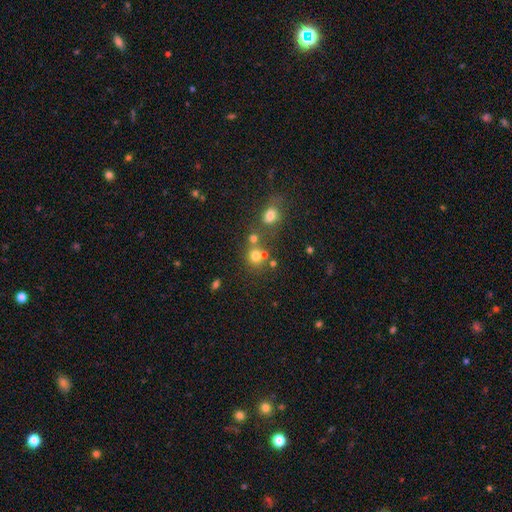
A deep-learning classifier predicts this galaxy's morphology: Smooth or featured?
  - smooth: 71% *
  - star or artifact: 18%
  - featured or disk: 11%
How rounded?
  - round: 82% *
  - in between: 17%
  - cigar-shaped: 1%
Merging?
  - none: 54% *
  - merger: 30%
  - minor disturbance: 10%
  - major disturbance: 5%